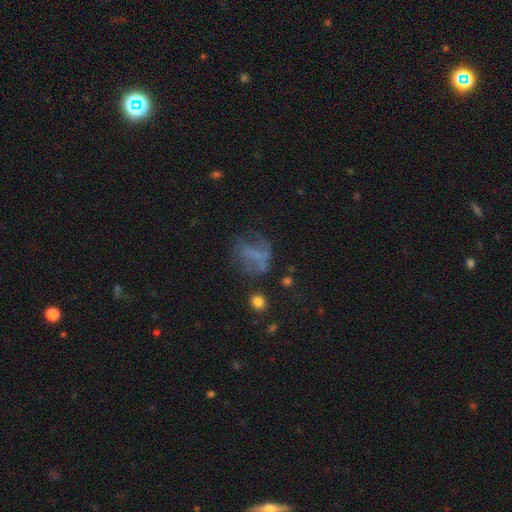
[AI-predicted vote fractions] featured or disk 41%, smooth 39%, star or artifact 20%. Down the decision tree: merging — none (40%).